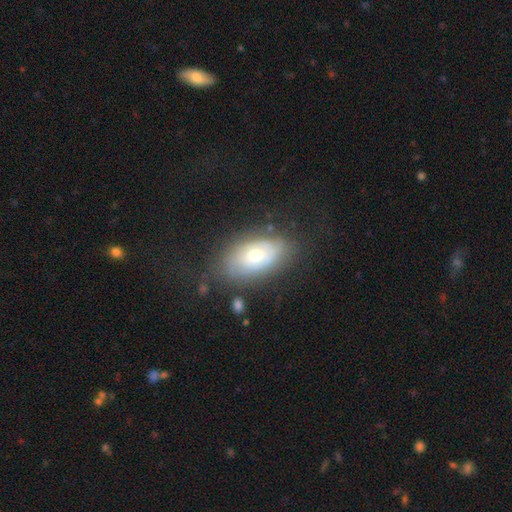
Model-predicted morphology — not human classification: Overall: featured or disk (49%; smooth 43%). Merging: none (68%).